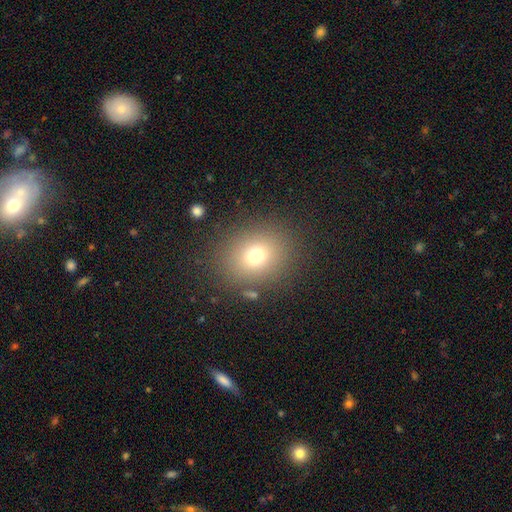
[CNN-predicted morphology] type=smooth (72%); roundness=round (62%); merging=none (84%).